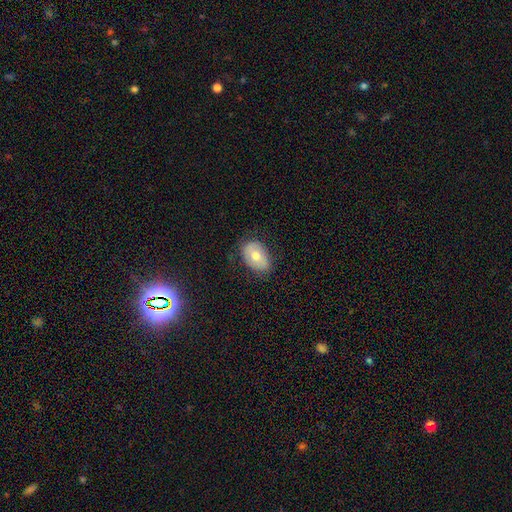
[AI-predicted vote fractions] This appears to be a smooth galaxy with no disk features (66%) that is in between round and cigar-shaped (83%). Merging: none (74%).